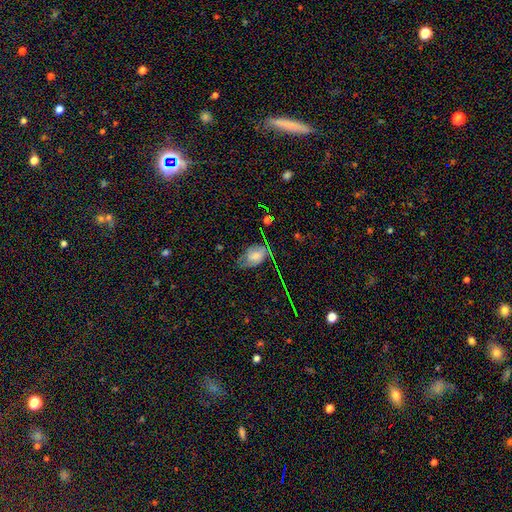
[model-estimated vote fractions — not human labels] A smooth galaxy with no disk features (58%) that is in between round and cigar-shaped (86%).

Vote fractions:
- Smooth or featured? smooth: 58% / featured or disk: 23% / star or artifact: 18%
- How rounded? in between: 86% / round: 12% / cigar-shaped: 2%
- Merging? none: 54% / minor disturbance: 31% / major disturbance: 12% / merger: 3%